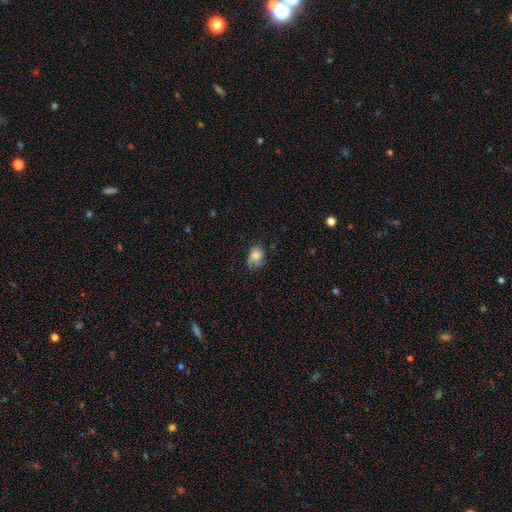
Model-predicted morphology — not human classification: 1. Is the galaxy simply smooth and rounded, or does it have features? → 78% smooth, 13% featured or disk, 10% star or artifact.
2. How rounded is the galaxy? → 57% in between, 42% round, 1% cigar-shaped.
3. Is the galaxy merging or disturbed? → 56% none, 32% minor disturbance, 10% major disturbance, 2% merger.